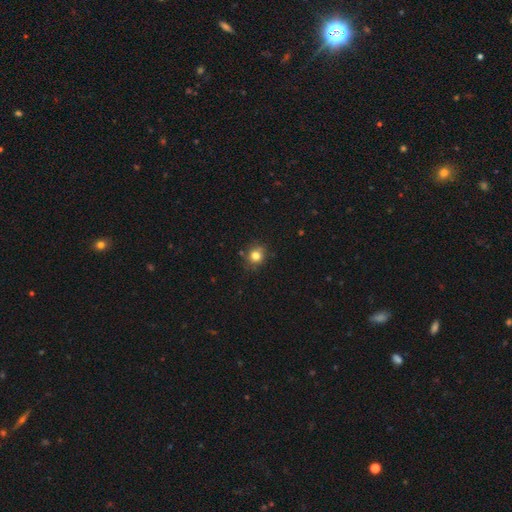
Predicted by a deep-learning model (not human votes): Morphology: type=smooth (79%); roundness=round (81%); merging=none (79%).